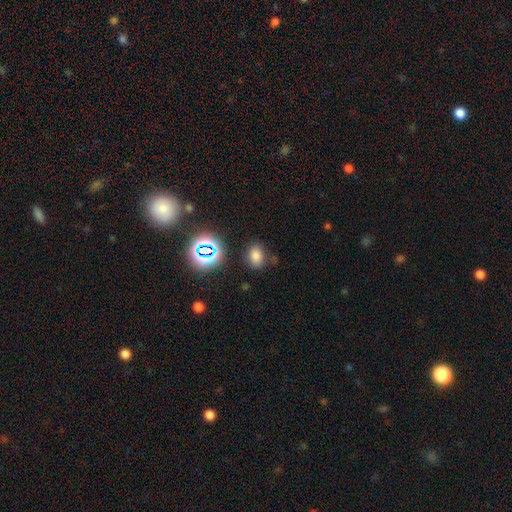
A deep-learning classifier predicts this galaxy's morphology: Smooth or featured? smooth (72%)
How rounded? in between (66%)
Merging? none (78%)